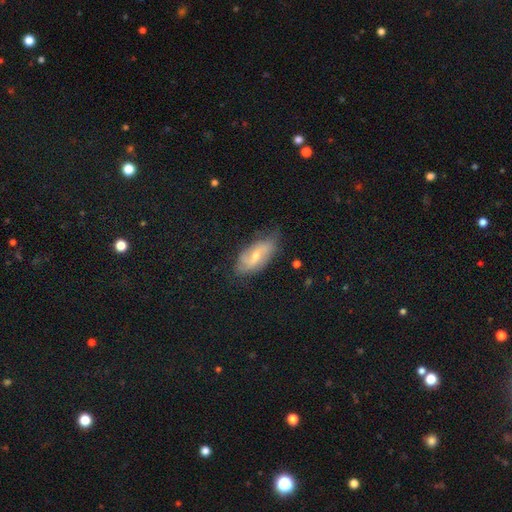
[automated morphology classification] smooth_or_featured: featured or disk (p=0.58) [alt: smooth p=0.32]
disk_edge_on: no (p=0.88) [alt: yes p=0.12]
bar: weak (p=0.47) [alt: no p=0.37]
has_spiral_arms: yes (p=0.80) [alt: no p=0.20]
bulge_size: small (p=0.49) [alt: moderate p=0.45]
merging: none (p=0.67) [alt: minor disturbance p=0.25]